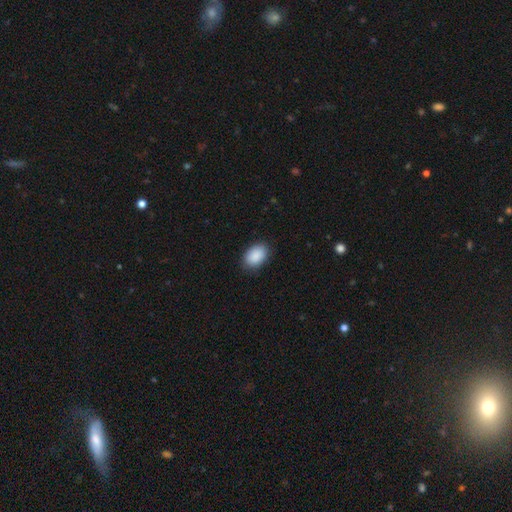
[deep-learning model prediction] A smooth galaxy with no disk features (90%) that is in between round and cigar-shaped (89%).

Vote fractions:
- Smooth or featured? smooth: 90% / star or artifact: 7% / featured or disk: 3%
- How rounded? in between: 89% / round: 10% / cigar-shaped: 1%
- Merging? none: 85% / minor disturbance: 11% / major disturbance: 2% / merger: 1%